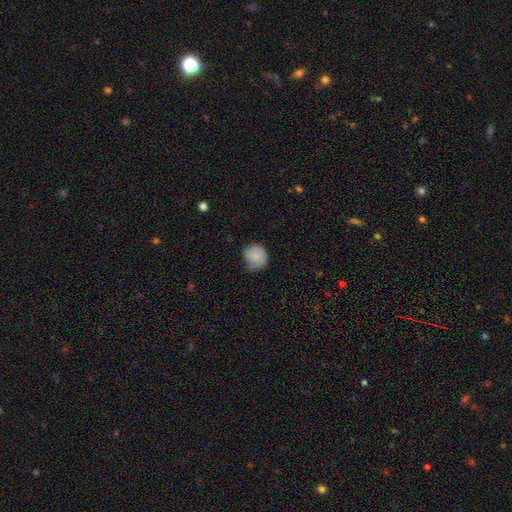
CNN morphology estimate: Q: Smooth or featured?
A: smooth (73%); runner-up: featured or disk (20%)
Q: How rounded?
A: round (82%); runner-up: in between (17%)
Q: Merging?
A: none (47%); runner-up: minor disturbance (40%)